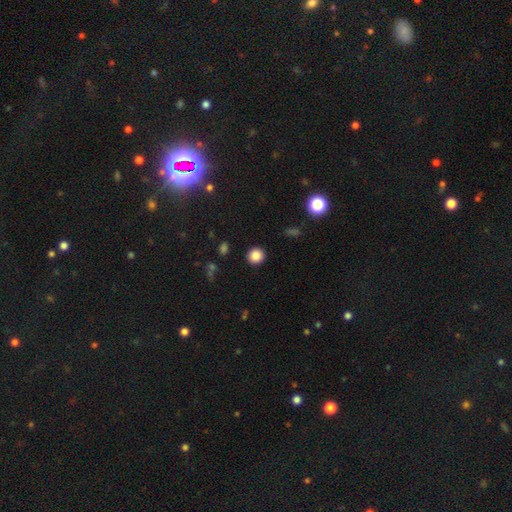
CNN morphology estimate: Smooth or featured? smooth (85%)
How rounded? round (91%)
Merging? none (92%)